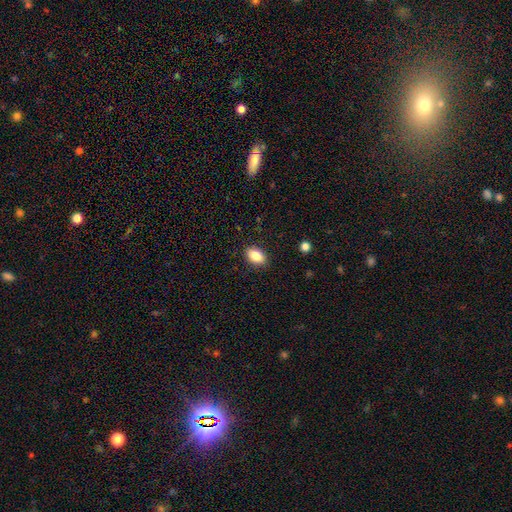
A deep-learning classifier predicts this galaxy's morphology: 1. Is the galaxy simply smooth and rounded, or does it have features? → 85% smooth, 8% star or artifact, 7% featured or disk.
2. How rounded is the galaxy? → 88% in between, 11% round, 2% cigar-shaped.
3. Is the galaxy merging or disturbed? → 88% none, 8% minor disturbance, 2% major disturbance, 1% merger.